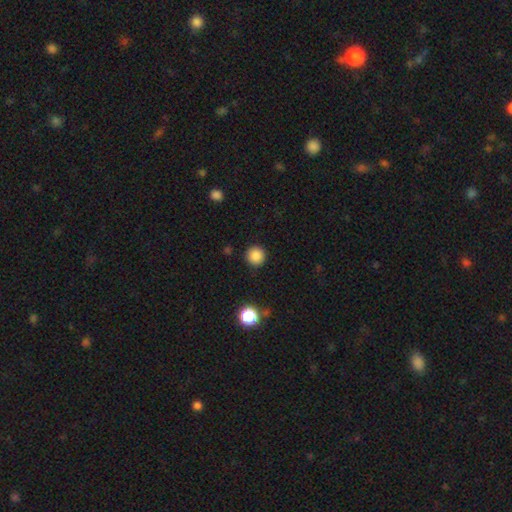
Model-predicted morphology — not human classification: Overall: smooth (86%). How rounded: round (95%). Merging: none (91%).